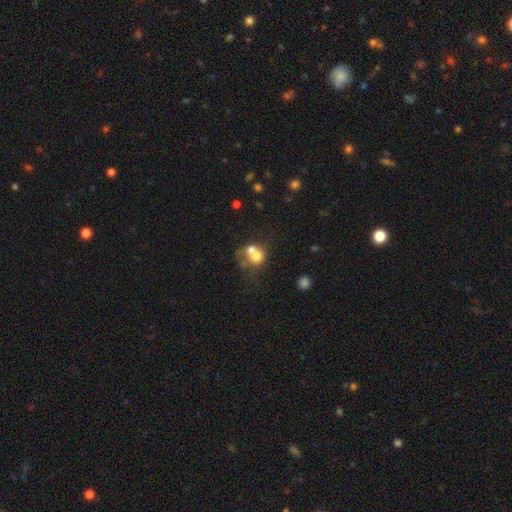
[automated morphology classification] The model was most divided on "smooth or featured": smooth: 63%, featured or disk: 26%, star or artifact: 12%. More confident: how rounded — round (68%); merging — merger (63%).